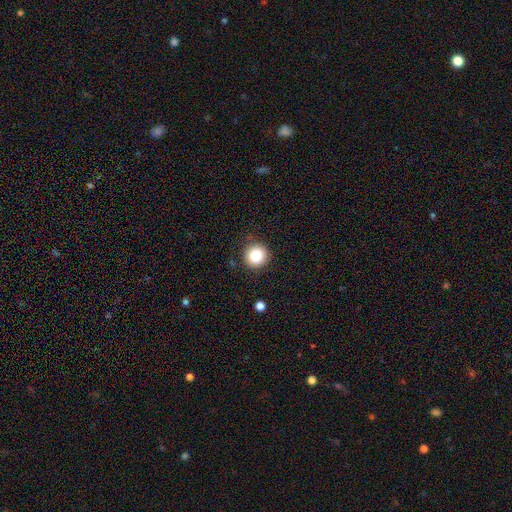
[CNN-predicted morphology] Smooth or featured: smooth — 84% (star or artifact — 10%)
How rounded: round — 94% (in between — 5%)
Merging: none — 88% (minor disturbance — 8%)